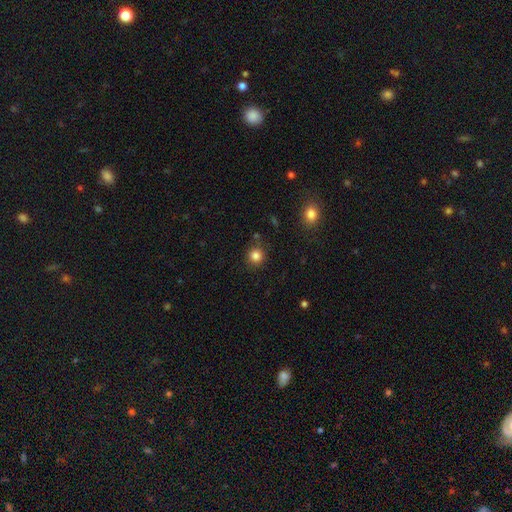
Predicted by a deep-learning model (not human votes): This is clearly a smooth galaxy (83%). How rounded: clearly round (92%). Merging: clearly none (85%).